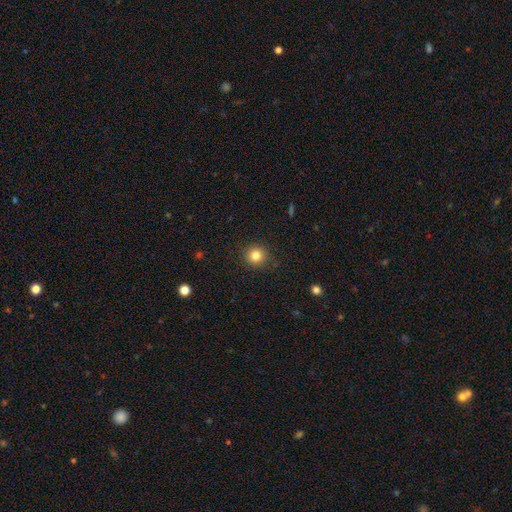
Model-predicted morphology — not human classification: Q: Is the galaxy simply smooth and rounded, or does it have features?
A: smooth — 82%.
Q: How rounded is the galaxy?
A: round — 92%.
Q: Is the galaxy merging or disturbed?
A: none — 89%.